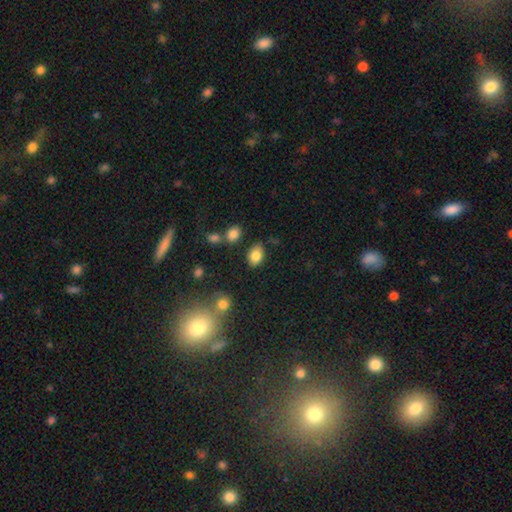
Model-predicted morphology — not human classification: smooth 83%, star or artifact 9%, featured or disk 8%. Down the decision tree: how rounded — in between (79%); merging — none (77%).